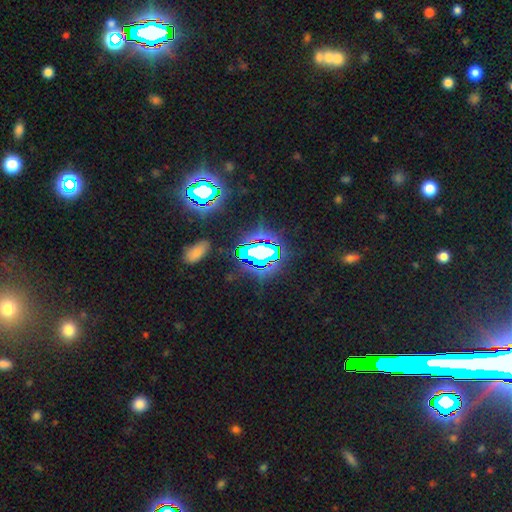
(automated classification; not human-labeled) star or artifact 76%, smooth 14%, featured or disk 10%.